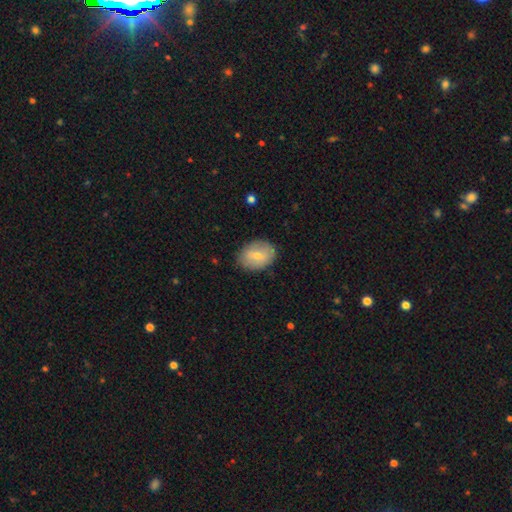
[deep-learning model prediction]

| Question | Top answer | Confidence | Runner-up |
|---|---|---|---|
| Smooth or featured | smooth | 63% | featured or disk (29%) |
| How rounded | in between | 76% | round (23%) |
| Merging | none | 84% | minor disturbance (12%) |